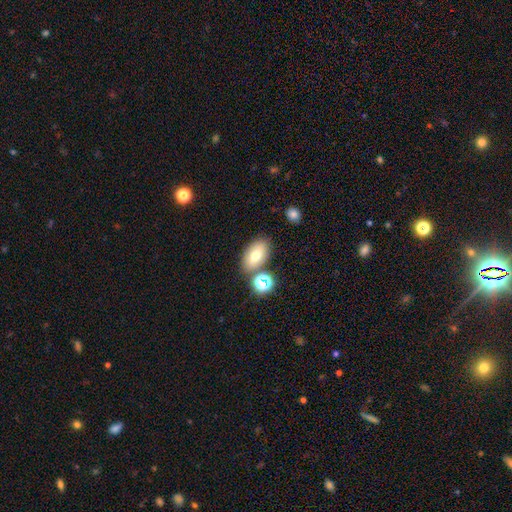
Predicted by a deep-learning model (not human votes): smooth_or_featured: smooth (p=0.73) [alt: featured or disk p=0.15]
how_rounded: in between (p=0.88) [alt: round p=0.10]
merging: none (p=0.72) [alt: merger p=0.13]